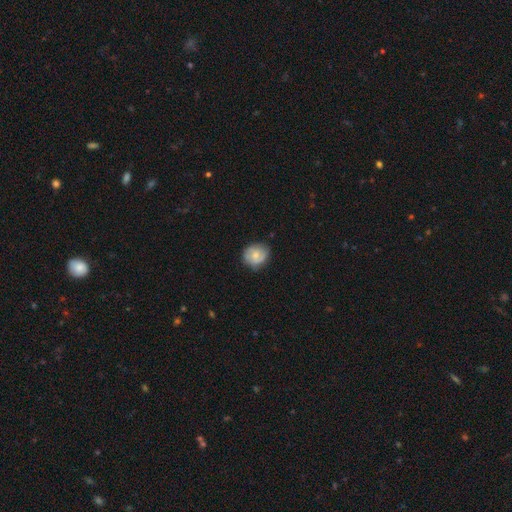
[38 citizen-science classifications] smooth_or_featured: smooth (p=0.66) [alt: featured or disk p=0.32]
how_rounded: round (p=0.80) [alt: in between p=0.20]
merging: none (p=0.62) [alt: minor disturbance p=0.35]